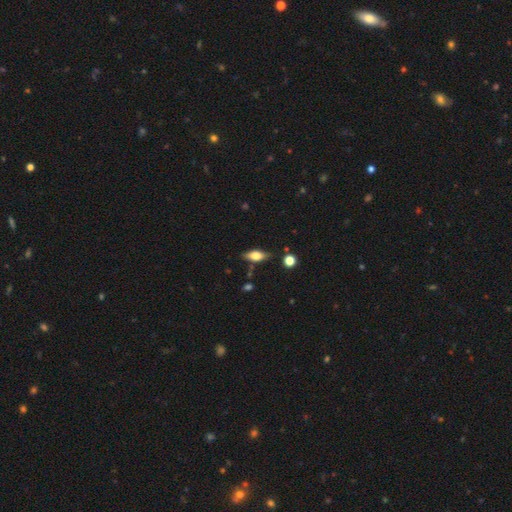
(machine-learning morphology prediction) A smooth galaxy with no disk features (64%) that is in between round and cigar-shaped (77%). Merging: none (80%).